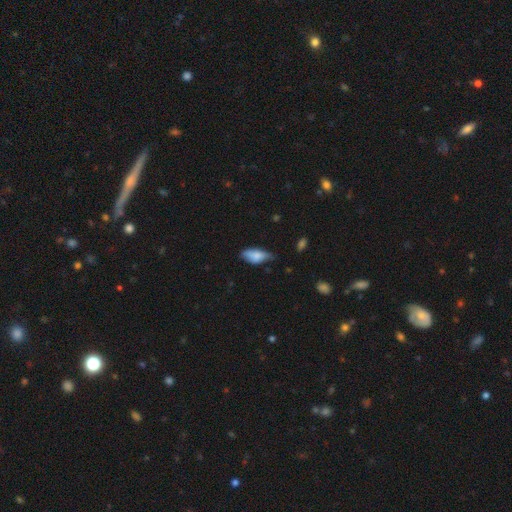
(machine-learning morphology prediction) The model was most divided on "merging": none: 44%, minor disturbance: 42%, major disturbance: 11%, merger: 3%. More confident: how rounded — in between (84%); smooth or featured — smooth (73%).